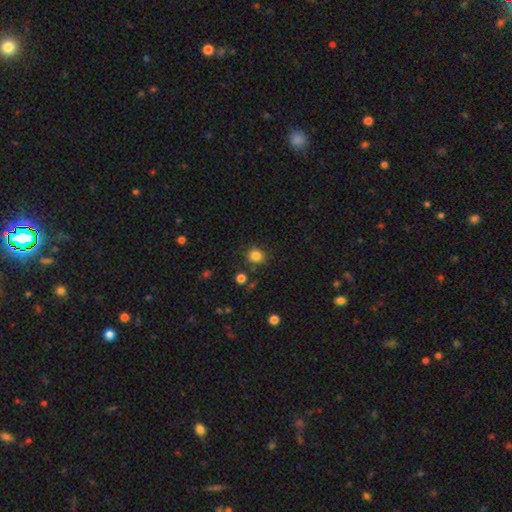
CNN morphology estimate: Smooth or featured? Predicted: smooth (p=0.83). How rounded? Predicted: round (p=0.78). Merging? Predicted: none (p=0.82).